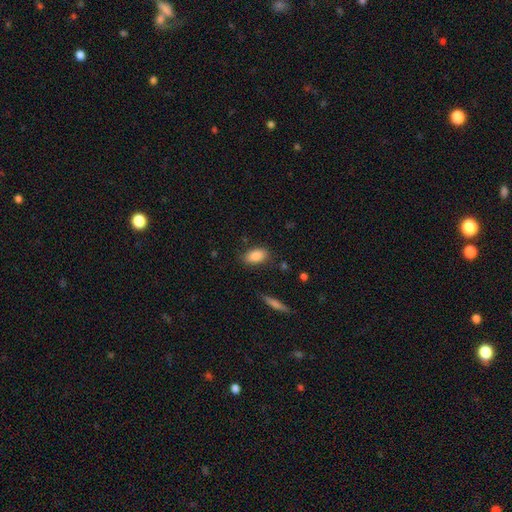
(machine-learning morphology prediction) A smooth galaxy with no disk features (87%) that is in between round and cigar-shaped (90%).

Vote fractions:
- Smooth or featured? smooth: 87% / star or artifact: 7% / featured or disk: 6%
- How rounded? in between: 90% / round: 5% / cigar-shaped: 4%
- Merging? none: 82% / minor disturbance: 13% / major disturbance: 3% / merger: 2%